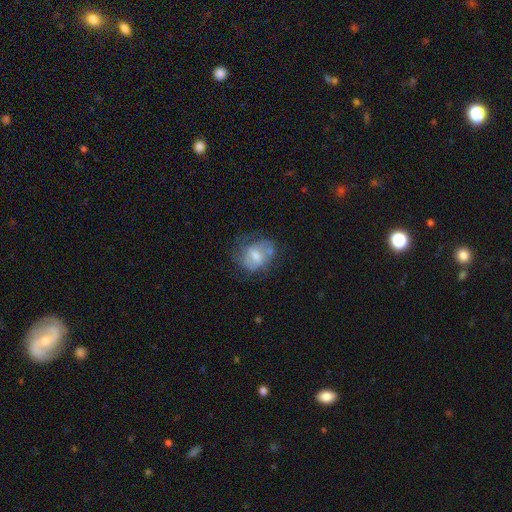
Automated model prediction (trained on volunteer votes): smooth_or_featured: featured or disk (p=0.54) [alt: smooth p=0.37]
disk_edge_on: no (p=0.97) [alt: yes p=0.03]
bar: weak (p=0.49) [alt: no p=0.38]
has_spiral_arms: yes (p=0.60) [alt: no p=0.40]
bulge_size: moderate (p=0.50) [alt: small p=0.31]
merging: none (p=0.44) [alt: minor disturbance p=0.27]